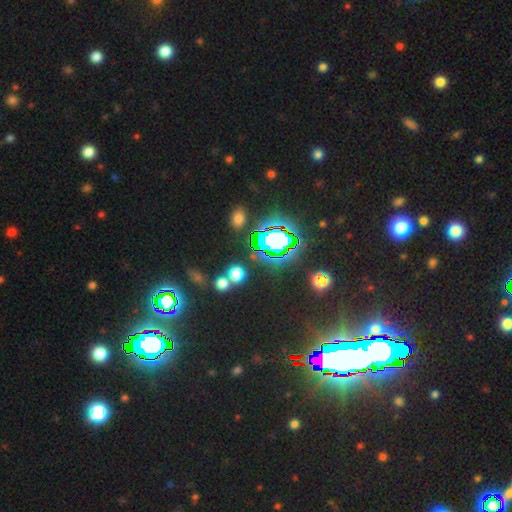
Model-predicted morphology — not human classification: Q: Smooth or featured?
A: star or artifact (70%); runner-up: smooth (19%)